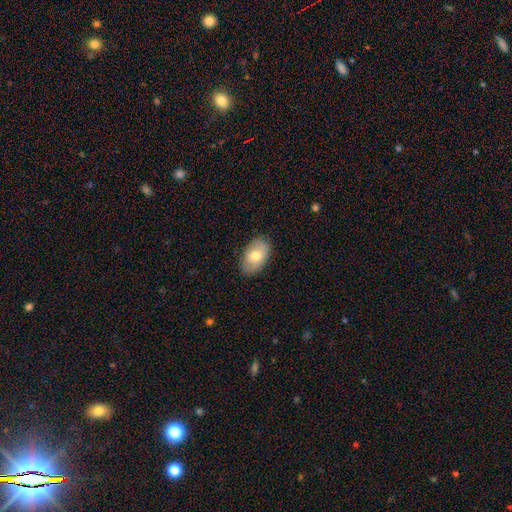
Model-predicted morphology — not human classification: The model was most divided on "smooth or featured": smooth: 71%, featured or disk: 23%, star or artifact: 7%. More confident: how rounded — in between (92%); merging — none (84%).